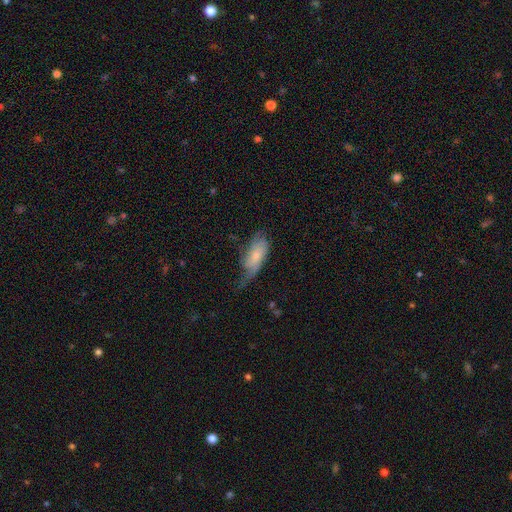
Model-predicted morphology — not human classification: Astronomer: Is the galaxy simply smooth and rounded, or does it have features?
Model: smooth — 52% (runner-up: featured or disk, 41%).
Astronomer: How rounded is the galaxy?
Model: in between — 82%.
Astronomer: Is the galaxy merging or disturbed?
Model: minor disturbance — 35%, tied with none at 35%.